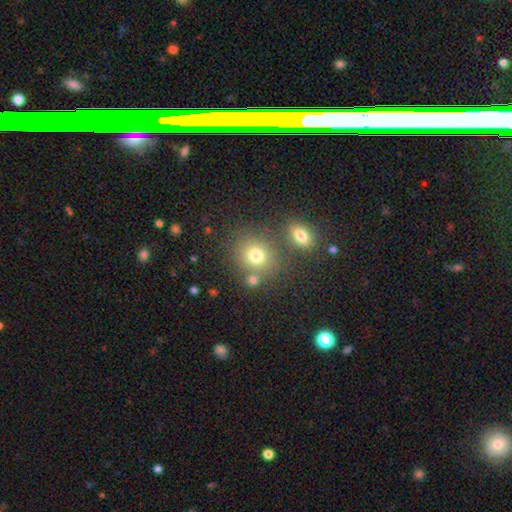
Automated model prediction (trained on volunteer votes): smooth 76%, star or artifact 15%, featured or disk 9%. Down the decision tree: how rounded — round (79%); merging — none (67%).